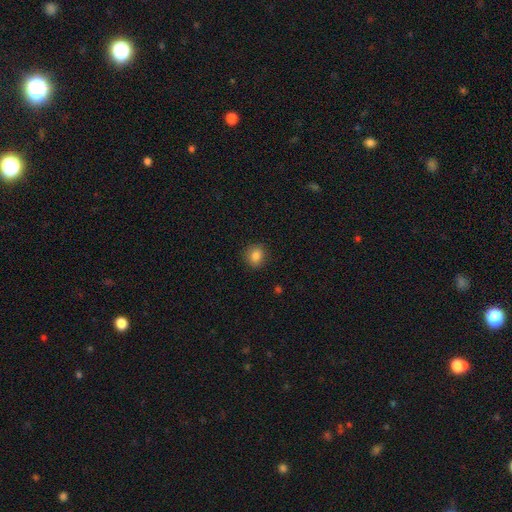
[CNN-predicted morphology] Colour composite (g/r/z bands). It shows a smooth galaxy with no disk features (84%) that is round (80%). Merging: none (89%).